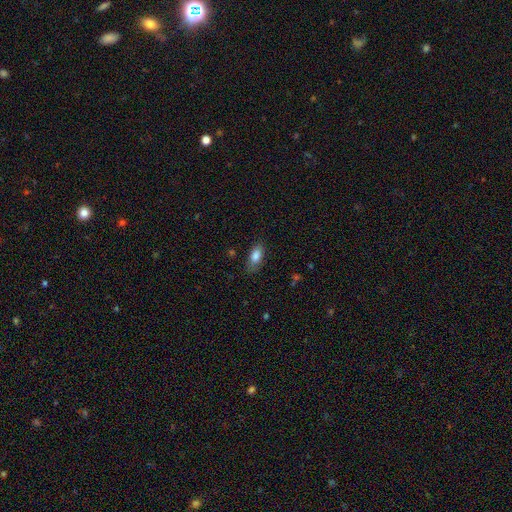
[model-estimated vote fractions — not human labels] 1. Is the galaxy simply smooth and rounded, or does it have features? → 84% smooth, 8% featured or disk, 8% star or artifact.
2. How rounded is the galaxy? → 88% in between, 8% cigar-shaped, 4% round.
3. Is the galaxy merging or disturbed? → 73% none, 20% minor disturbance, 6% major disturbance, 1% merger.